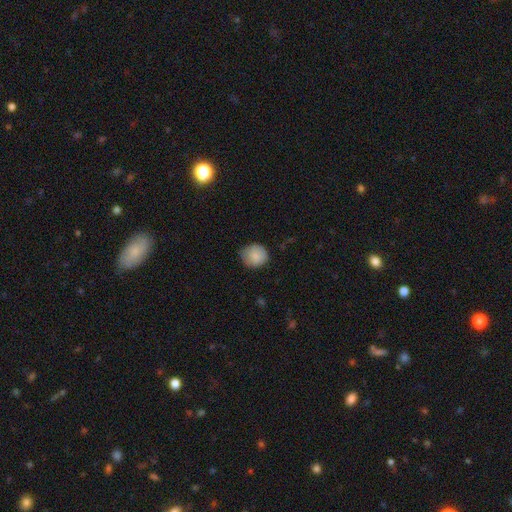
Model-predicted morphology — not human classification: The model was most divided on "merging": none: 69%, minor disturbance: 25%, major disturbance: 5%, merger: 1%. More confident: smooth or featured — smooth (86%); how rounded — round (83%).